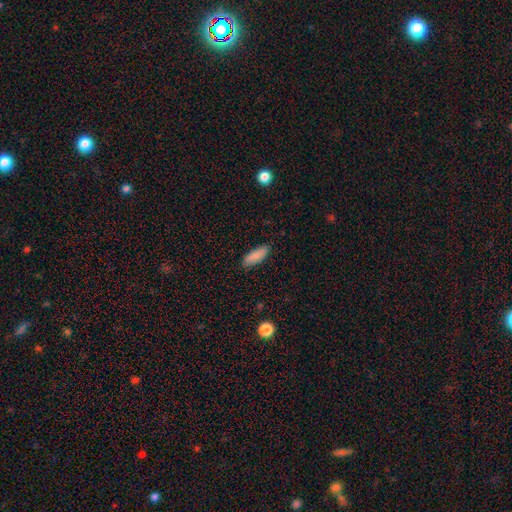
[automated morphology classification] Overall: smooth (88%). How rounded: in between (61%; cigar-shaped 37%). Merging: none (87%).